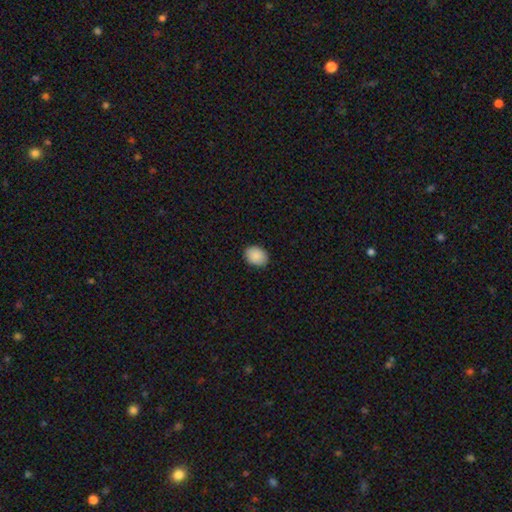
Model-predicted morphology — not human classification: Smooth or featured?
  - smooth: 89% *
  - star or artifact: 7%
  - featured or disk: 4%
How rounded?
  - in between: 66% *
  - round: 33%
  - cigar-shaped: 1%
Merging?
  - none: 89% *
  - minor disturbance: 9%
  - major disturbance: 2%
  - merger: 1%